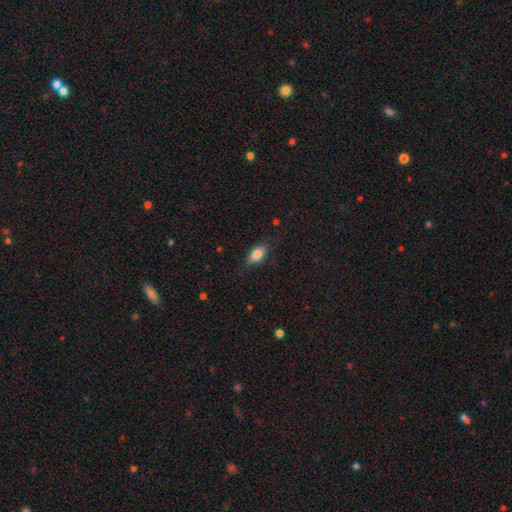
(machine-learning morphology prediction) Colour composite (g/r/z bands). It shows a smooth galaxy with no disk features (78%) that is in between round and cigar-shaped (84%). Merging: none (77%).